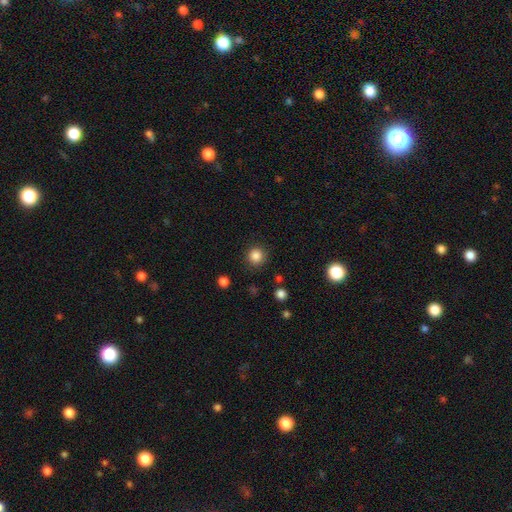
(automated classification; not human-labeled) Q: Smooth or featured?
A: smooth (85%); runner-up: star or artifact (12%)
Q: How rounded?
A: round (93%); runner-up: in between (6%)
Q: Merging?
A: none (89%); runner-up: minor disturbance (7%)